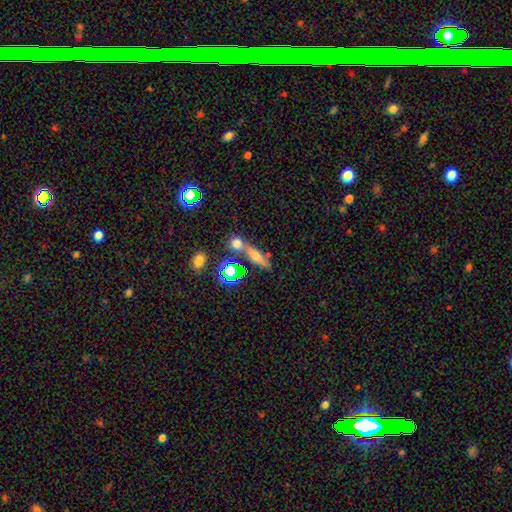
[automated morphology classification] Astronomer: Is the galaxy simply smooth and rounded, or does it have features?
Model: smooth — 48% (runner-up: featured or disk, 31%).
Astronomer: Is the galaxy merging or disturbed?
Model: none — 58%.